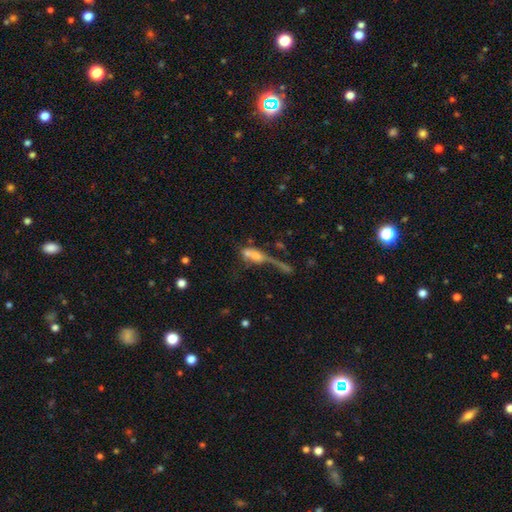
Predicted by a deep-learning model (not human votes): Smooth or featured? Predicted: smooth (p=0.48). Merging? Predicted: merger (p=0.42).